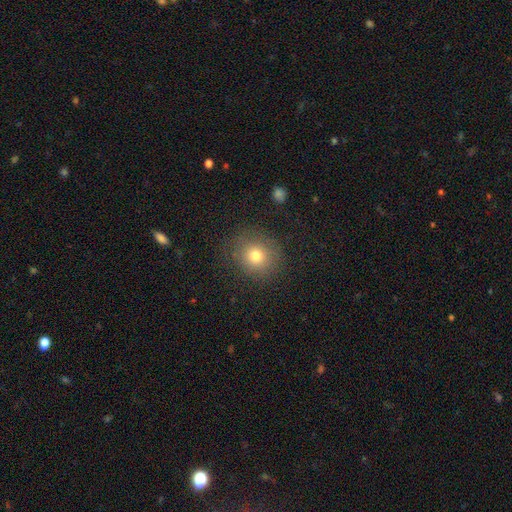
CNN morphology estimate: This appears to be a smooth galaxy with no disk features (75%) that is round (85%). Merging: none (82%).